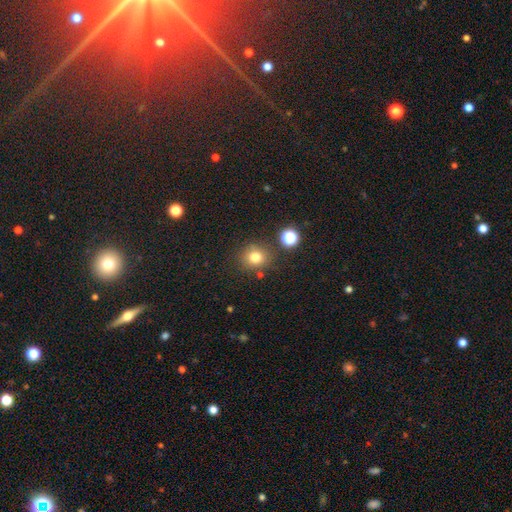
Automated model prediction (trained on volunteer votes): smooth 77%, star or artifact 15%, featured or disk 7%. Down the decision tree: how rounded — round (85%); merging — none (81%).